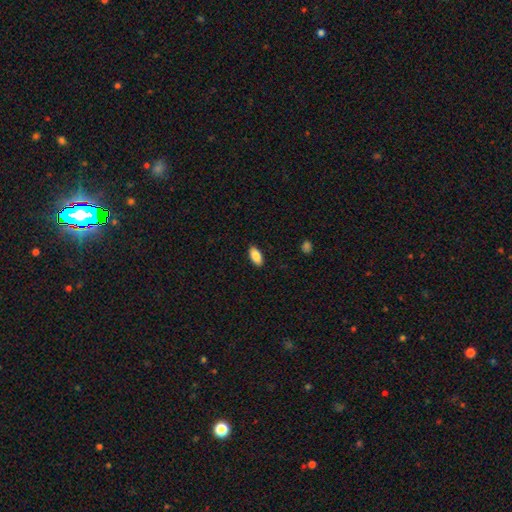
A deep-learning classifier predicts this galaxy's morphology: Smooth or featured? Predicted: smooth (p=0.87). How rounded? Predicted: in between (p=0.91). Merging? Predicted: none (p=0.88).